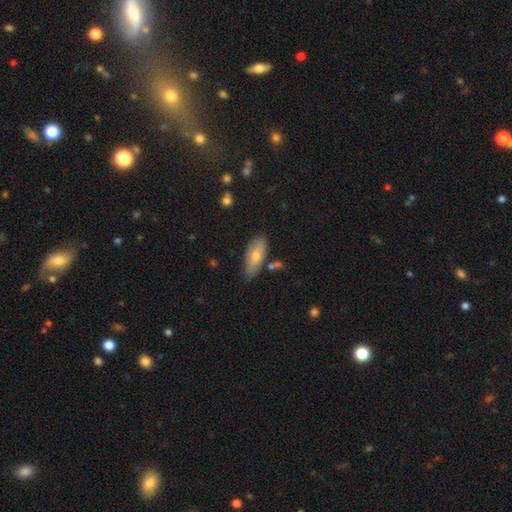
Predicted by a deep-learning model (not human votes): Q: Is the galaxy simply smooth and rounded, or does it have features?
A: smooth — 75%.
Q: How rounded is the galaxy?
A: in between — 84%.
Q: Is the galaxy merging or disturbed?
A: none — 73%.